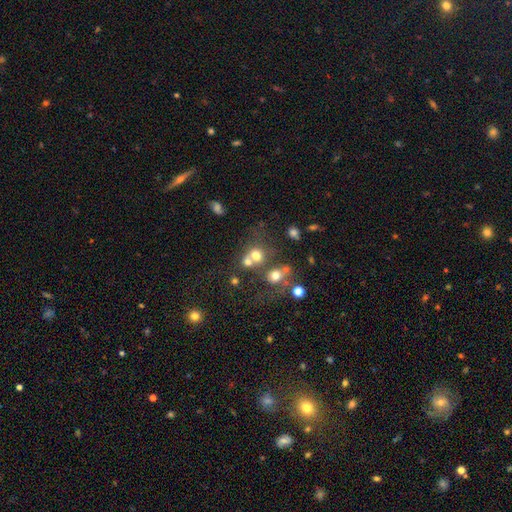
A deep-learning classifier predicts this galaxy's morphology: Smooth or featured?
  - smooth: 67% *
  - star or artifact: 19%
  - featured or disk: 15%
How rounded?
  - round: 75% *
  - in between: 23%
  - cigar-shaped: 1%
Merging?
  - merger: 44% *
  - none: 39%
  - minor disturbance: 10%
  - major disturbance: 7%